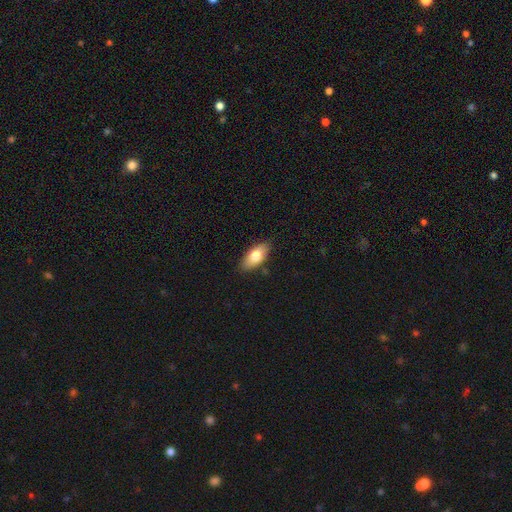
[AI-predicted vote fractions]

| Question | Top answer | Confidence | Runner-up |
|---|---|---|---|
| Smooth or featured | smooth | 78% | featured or disk (15%) |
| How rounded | in between | 88% | cigar-shaped (9%) |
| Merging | none | 84% | minor disturbance (12%) |